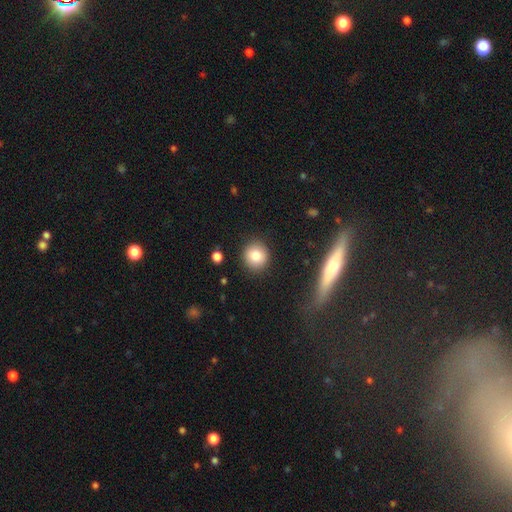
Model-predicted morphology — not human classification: Smooth or featured? smooth (81%)
How rounded? round (89%)
Merging? none (89%)